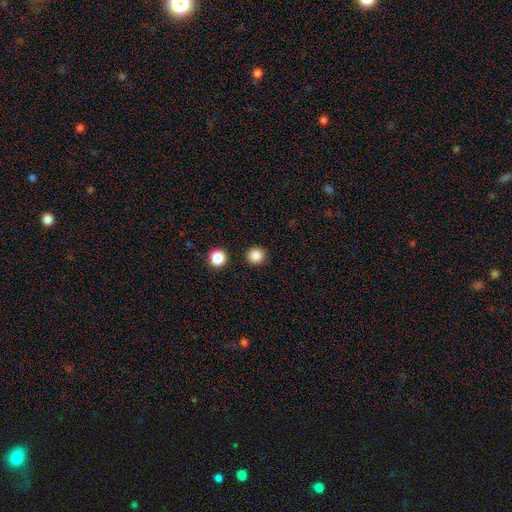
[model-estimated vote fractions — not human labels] Smooth or featured?
  - smooth: 85% *
  - star or artifact: 12%
  - featured or disk: 4%
How rounded?
  - round: 94% *
  - in between: 5%
  - cigar-shaped: 1%
Merging?
  - none: 91% *
  - minor disturbance: 5%
  - merger: 2%
  - major disturbance: 2%